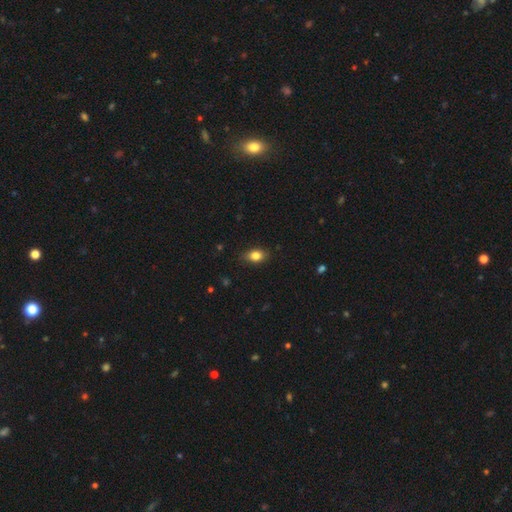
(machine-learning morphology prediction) type=smooth (83%); roundness=in between (80%); merging=none (82%).